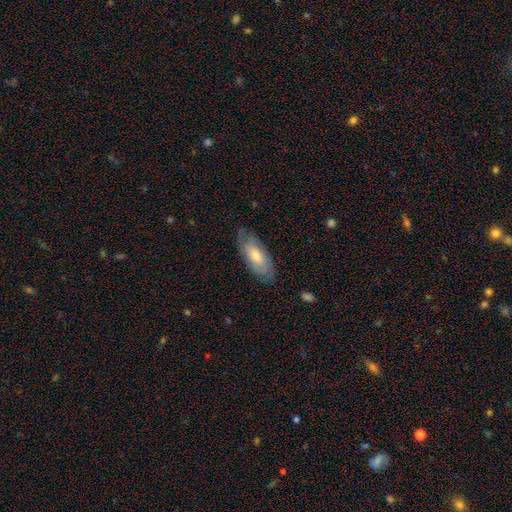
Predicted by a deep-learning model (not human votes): Smooth or featured?
  - smooth: 50% *
  - featured or disk: 44%
  - star or artifact: 6%
Merging?
  - none: 78% *
  - minor disturbance: 17%
  - major disturbance: 4%
  - merger: 1%